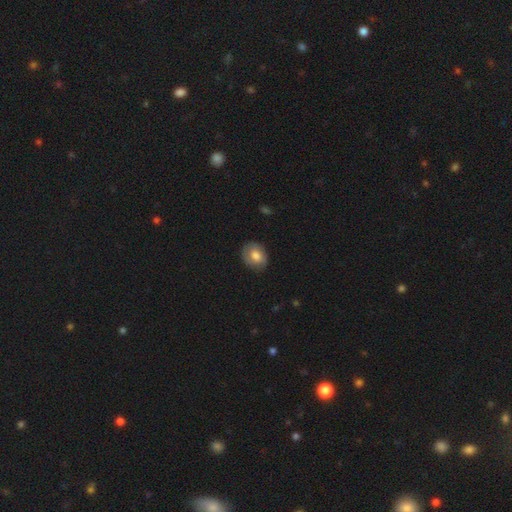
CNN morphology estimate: Overall: smooth (70%). How rounded: in between (50%; round 49%). Merging: none (79%).